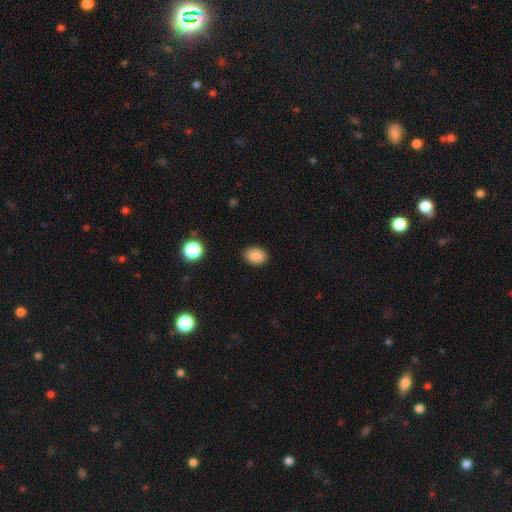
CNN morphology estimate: A smooth galaxy with no disk features (87%) that is in between round and cigar-shaped (67%). Merging: none (89%).